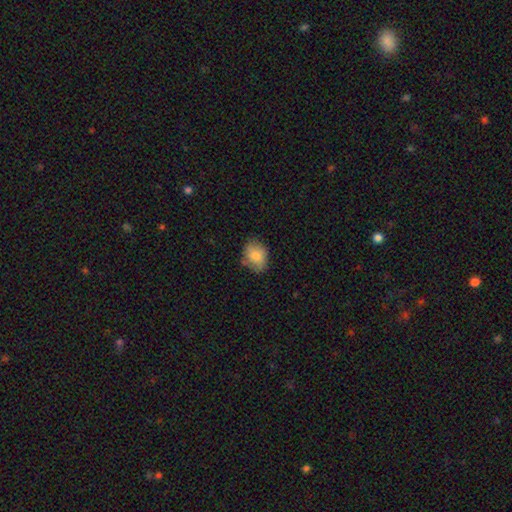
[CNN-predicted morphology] Smooth or featured? smooth (81%)
How rounded? in between (60%)
Merging? none (70%)